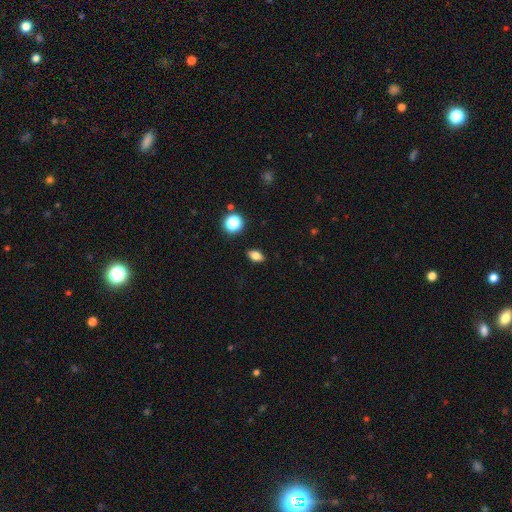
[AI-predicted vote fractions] Overall: smooth (79%). How rounded: in between (81%). Merging: none (88%).